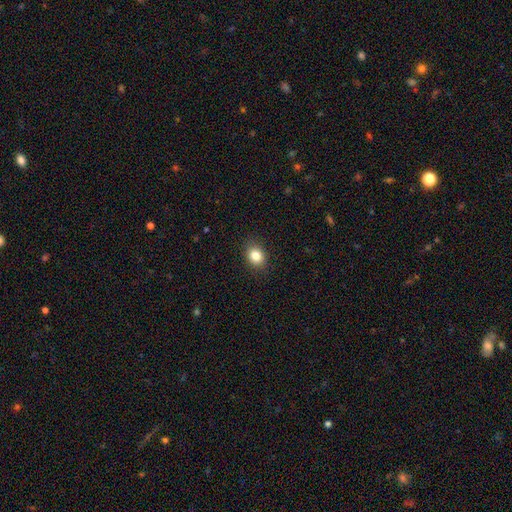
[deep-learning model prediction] Smooth or featured? Predicted: smooth (p=0.84). How rounded? Predicted: in between (p=0.53). Merging? Predicted: none (p=0.89).